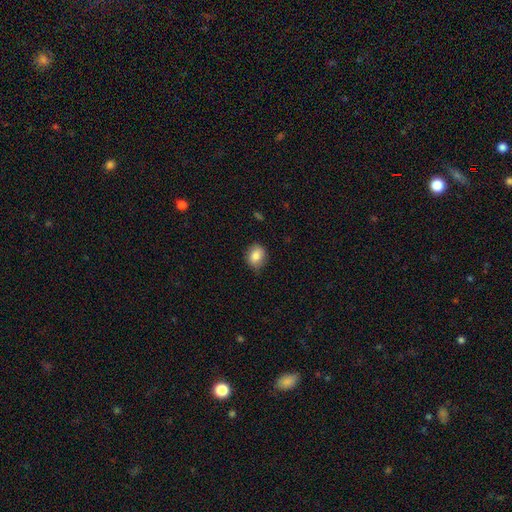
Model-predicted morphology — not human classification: type=smooth (83%); roundness=round (55%); merging=none (74%).